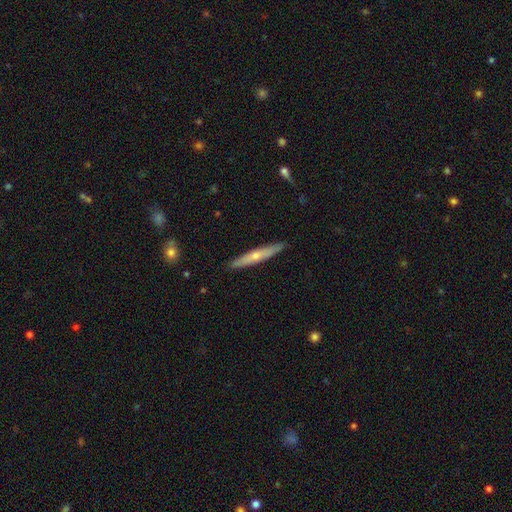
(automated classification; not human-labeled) Q: Smooth or featured?
A: featured or disk (52%); runner-up: smooth (42%)
Q: Edge-on disk?
A: yes (92%); runner-up: no (8%)
Q: Merging?
A: none (90%); runner-up: minor disturbance (8%)